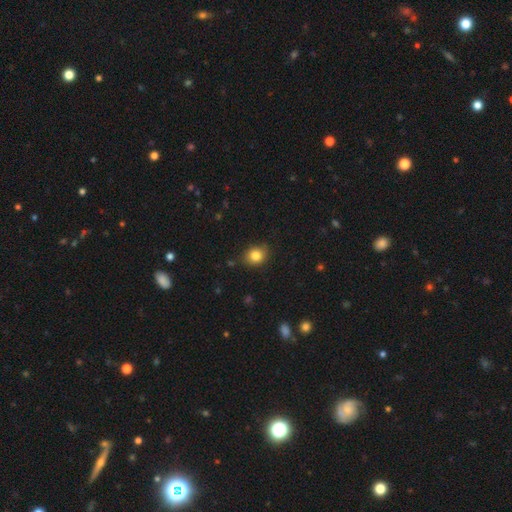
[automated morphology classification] Smooth or featured? smooth (83%)
How rounded? round (63%)
Merging? none (84%)